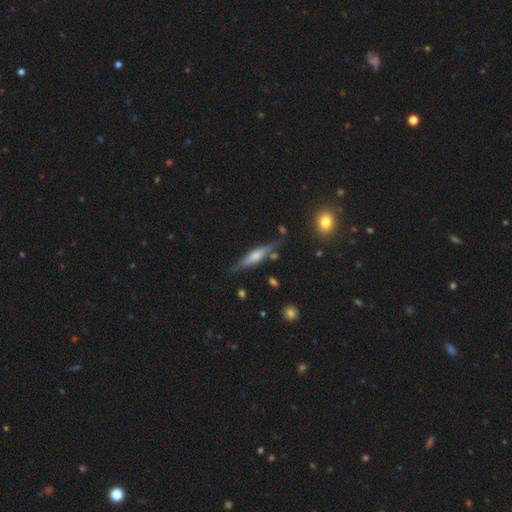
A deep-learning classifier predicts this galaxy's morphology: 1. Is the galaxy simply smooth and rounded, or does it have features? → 64% featured or disk, 29% smooth, 7% star or artifact.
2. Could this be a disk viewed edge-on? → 95% yes, 5% no.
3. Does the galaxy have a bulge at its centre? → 68% rounded, 24% boxy, 8% none.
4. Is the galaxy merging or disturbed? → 78% none, 15% minor disturbance, 4% merger, 4% major disturbance.